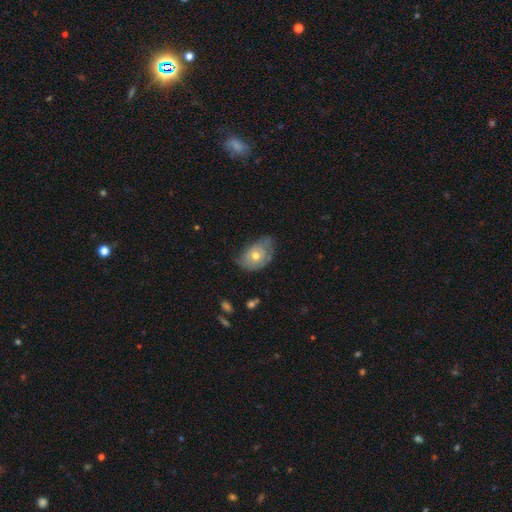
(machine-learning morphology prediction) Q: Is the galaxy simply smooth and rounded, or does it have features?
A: smooth — 51%.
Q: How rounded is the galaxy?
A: in between — 79%.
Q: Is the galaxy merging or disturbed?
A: none — 42%.